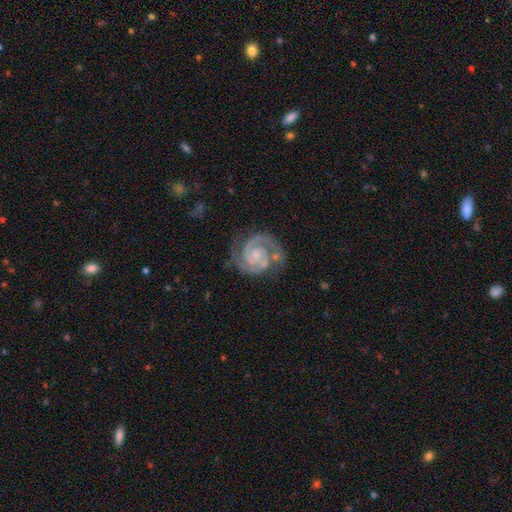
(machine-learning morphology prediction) Q: Smooth or featured?
A: featured or disk (92%); runner-up: star or artifact (4%)
Q: Edge-on disk?
A: no (98%); runner-up: yes (2%)
Q: Bar?
A: no (64%); runner-up: weak (29%)
Q: Spiral arms?
A: yes (99%); runner-up: no (1%)
Q: Spiral winding?
A: tight (66%); runner-up: medium (31%)
Q: Spiral arm count?
A: 2 (88%); runner-up: 3 (5%)
Q: Bulge size?
A: small (49%); runner-up: none (28%)
Q: Merging?
A: none (72%); runner-up: minor disturbance (17%)